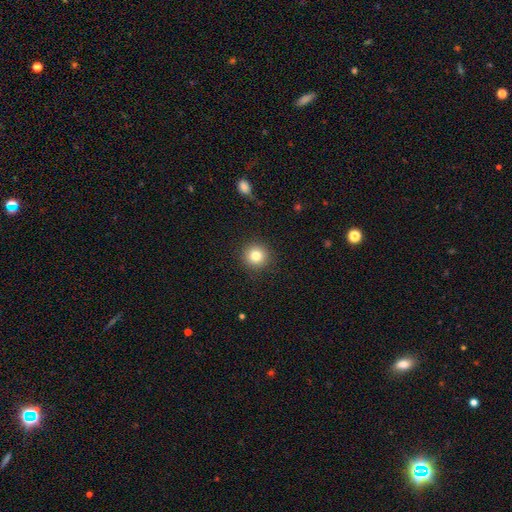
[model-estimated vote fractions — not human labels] Smooth or featured? smooth (80%)
How rounded? round (94%)
Merging? none (91%)